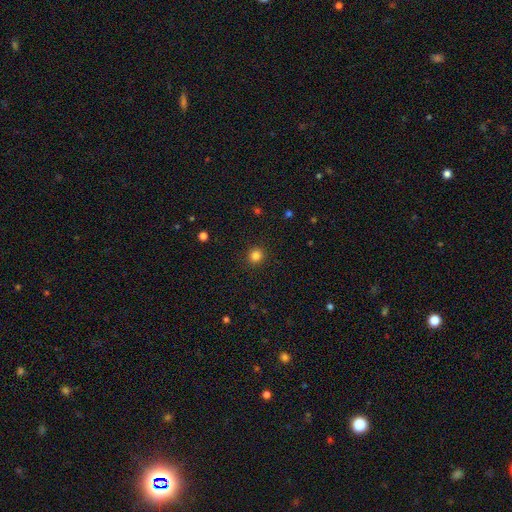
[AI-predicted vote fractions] Morphology: type=smooth (84%); roundness=round (89%); merging=none (92%).